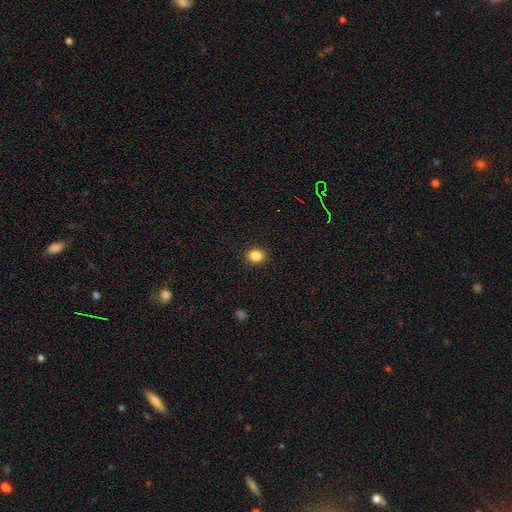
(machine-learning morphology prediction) Smooth or featured?
  - smooth: 86% *
  - star or artifact: 10%
  - featured or disk: 4%
How rounded?
  - round: 56% *
  - in between: 43%
  - cigar-shaped: 1%
Merging?
  - none: 91% *
  - minor disturbance: 6%
  - major disturbance: 2%
  - merger: 1%